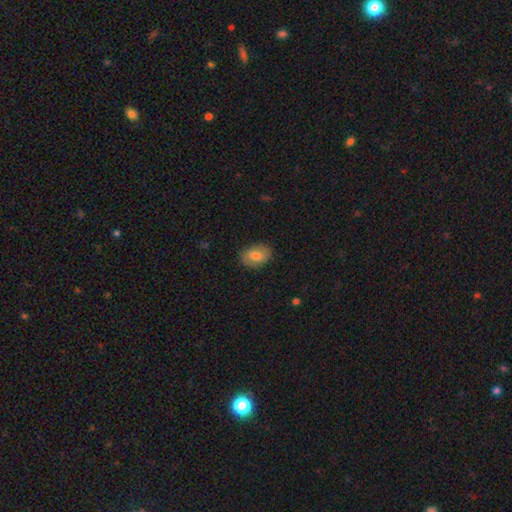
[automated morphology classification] Smooth or featured? Predicted: smooth (p=0.73). How rounded? Predicted: in between (p=0.77). Merging? Predicted: none (p=0.85).